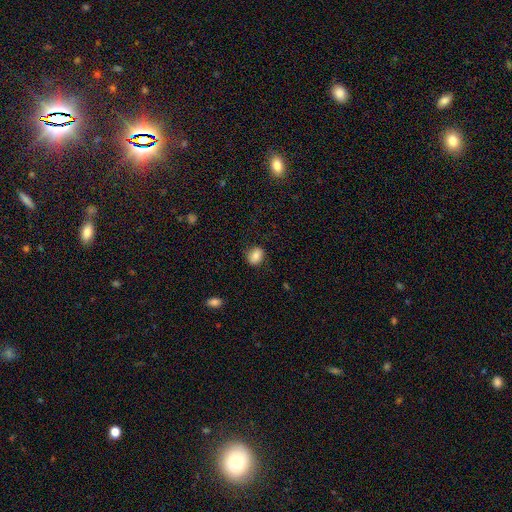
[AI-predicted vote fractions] This is clearly a smooth galaxy (85%). How rounded: likely in between (61%). Merging: clearly none (82%).